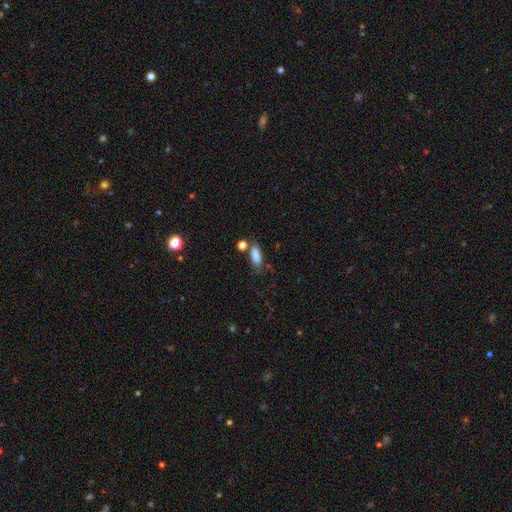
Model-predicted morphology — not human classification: smooth_or_featured: smooth (p=0.81) [alt: star or artifact p=0.10]
how_rounded: in between (p=0.70) [alt: cigar-shaped p=0.26]
merging: none (p=0.59) [alt: minor disturbance p=0.19]